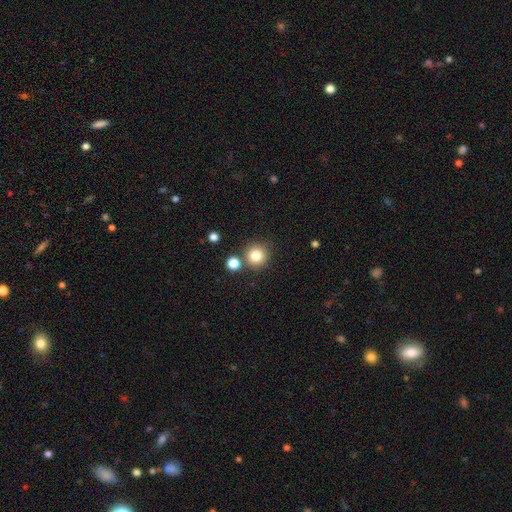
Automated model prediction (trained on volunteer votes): smooth 82%, star or artifact 12%, featured or disk 7%. Down the decision tree: how rounded — round (93%); merging — none (77%).